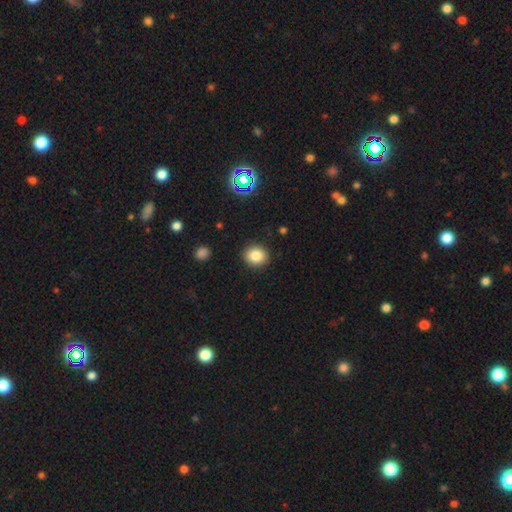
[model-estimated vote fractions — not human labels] This is clearly a smooth galaxy (83%). How rounded: likely round (77%). Merging: clearly none (90%).